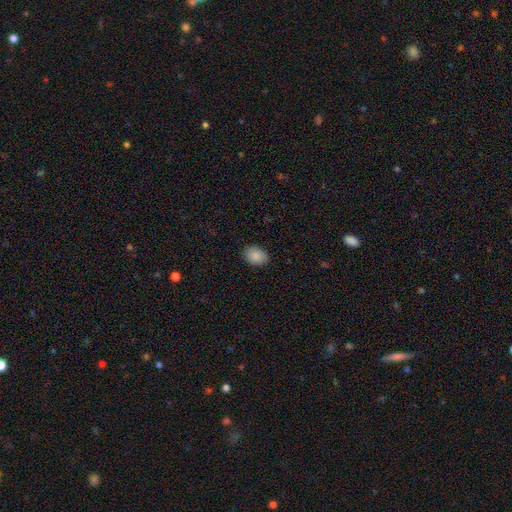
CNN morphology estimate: Smooth or featured? Predicted: smooth (p=0.89). How rounded? Predicted: in between (p=0.75). Merging? Predicted: none (p=0.87).